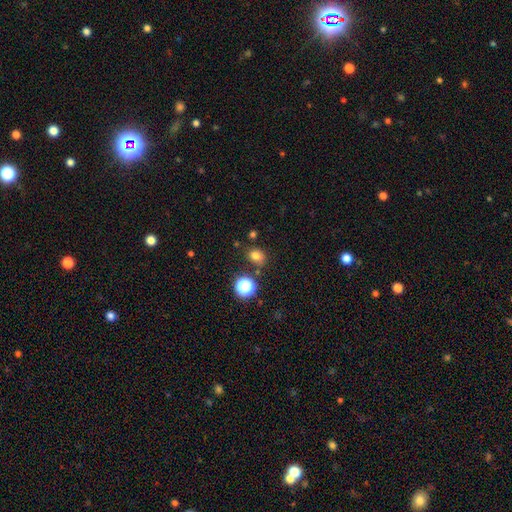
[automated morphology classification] Smooth or featured: smooth — 75% (star or artifact — 18%)
How rounded: round — 60% (in between — 39%)
Merging: none — 75% (minor disturbance — 14%)